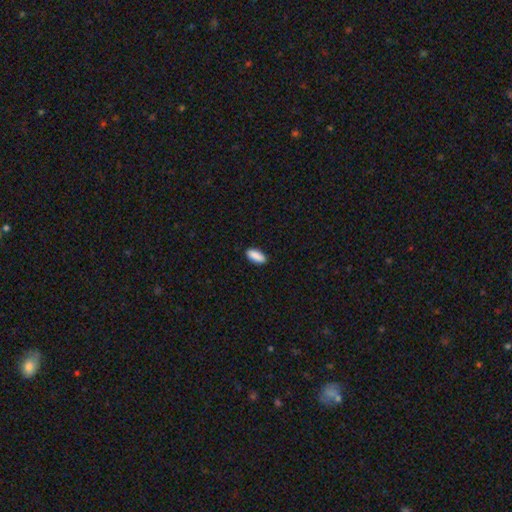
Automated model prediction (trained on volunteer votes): smooth_or_featured: smooth (p=0.90) [alt: star or artifact p=0.06]
how_rounded: in between (p=0.82) [alt: cigar-shaped p=0.15]
merging: none (p=0.89) [alt: minor disturbance p=0.09]